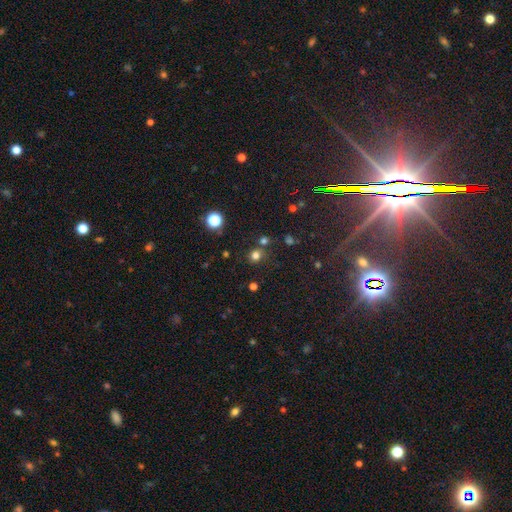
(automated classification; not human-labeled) Q: Smooth or featured?
A: smooth (73%); runner-up: star or artifact (21%)
Q: How rounded?
A: round (84%); runner-up: in between (15%)
Q: Merging?
A: none (76%); runner-up: merger (11%)